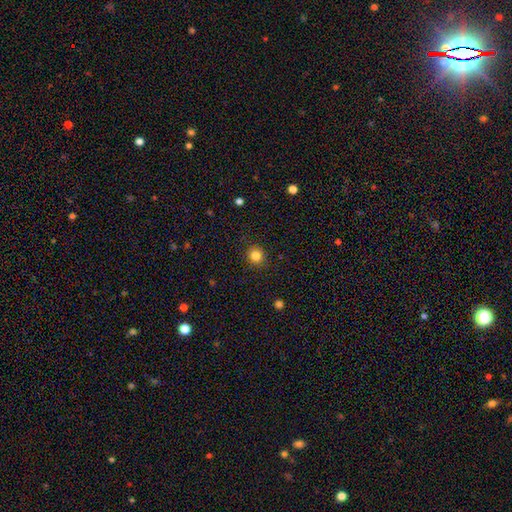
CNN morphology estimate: A smooth galaxy with no disk features (83%) that is round (88%).

Vote fractions:
- Smooth or featured? smooth: 83% / star or artifact: 12% / featured or disk: 5%
- How rounded? round: 88% / in between: 11% / cigar-shaped: 1%
- Merging? none: 89% / minor disturbance: 7% / major disturbance: 2% / merger: 1%